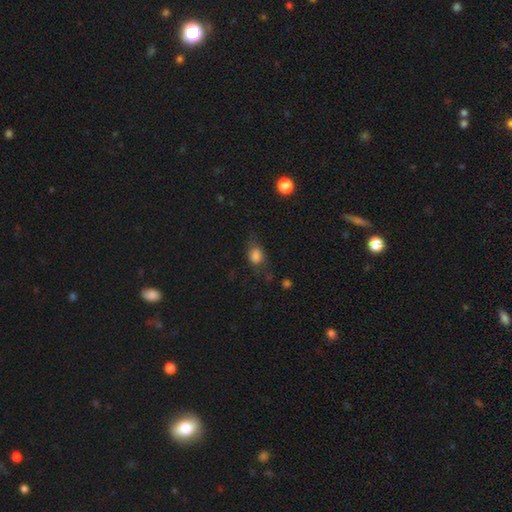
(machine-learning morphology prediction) type=smooth (76%); roundness=in between (70%); merging=none (48%).